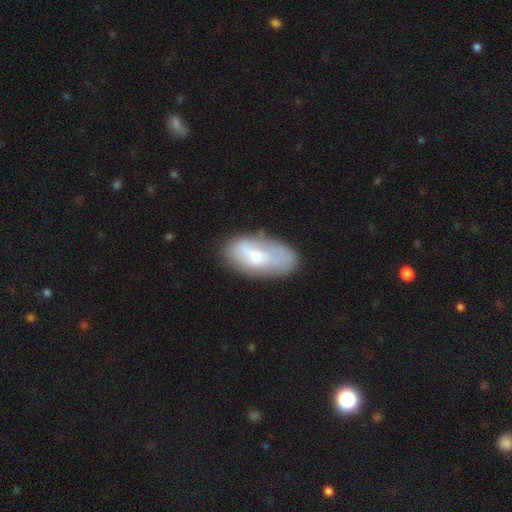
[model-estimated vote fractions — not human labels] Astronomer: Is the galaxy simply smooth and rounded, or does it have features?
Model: smooth — 54% (runner-up: featured or disk, 38%).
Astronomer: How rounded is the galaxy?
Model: in between — 91%.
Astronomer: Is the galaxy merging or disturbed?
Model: none — 54%.